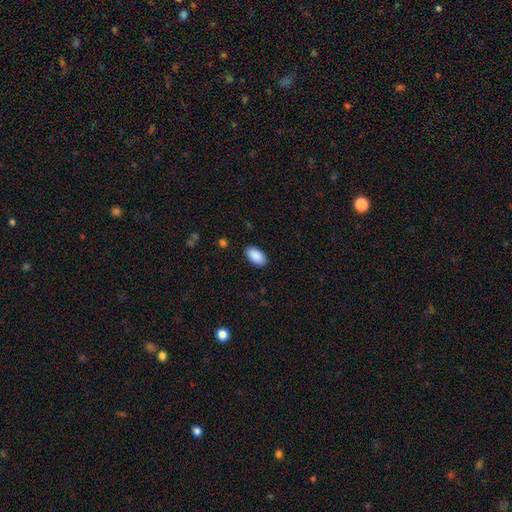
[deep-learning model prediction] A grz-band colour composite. It shows a smooth galaxy with no disk features (91%) that is in between round and cigar-shaped (95%). Merging: none (88%).